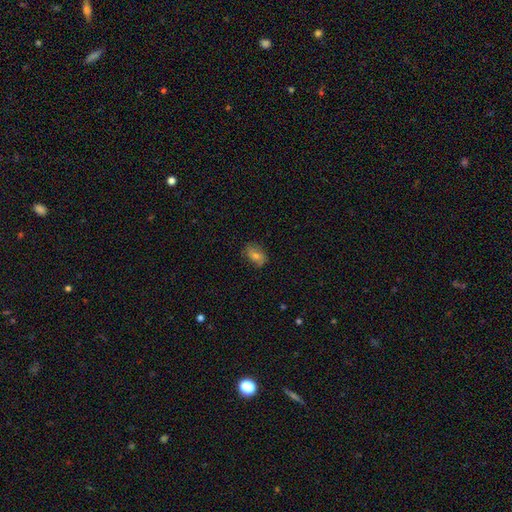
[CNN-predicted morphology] smooth_or_featured: smooth (p=0.59) [alt: featured or disk p=0.26]
how_rounded: in between (p=0.83) [alt: round p=0.15]
merging: none (p=0.79) [alt: minor disturbance p=0.16]